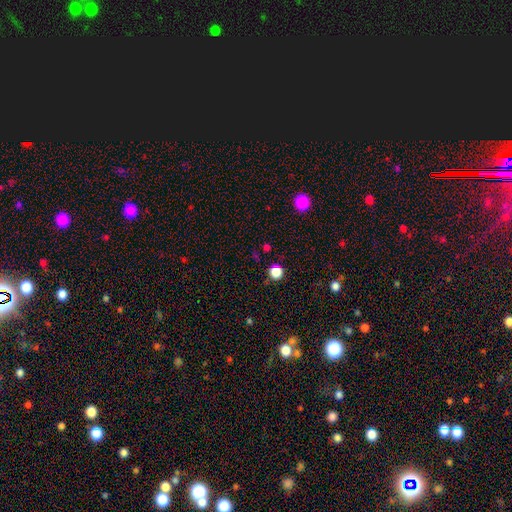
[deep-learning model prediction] Smooth or featured? Predicted: smooth (p=0.50). How rounded? Predicted: round (p=0.87). Merging? Predicted: none (p=0.85).